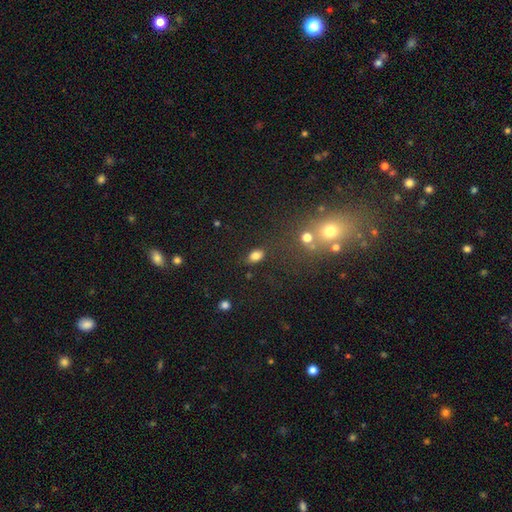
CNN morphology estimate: type=smooth (80%); roundness=in between (85%); merging=none (80%).